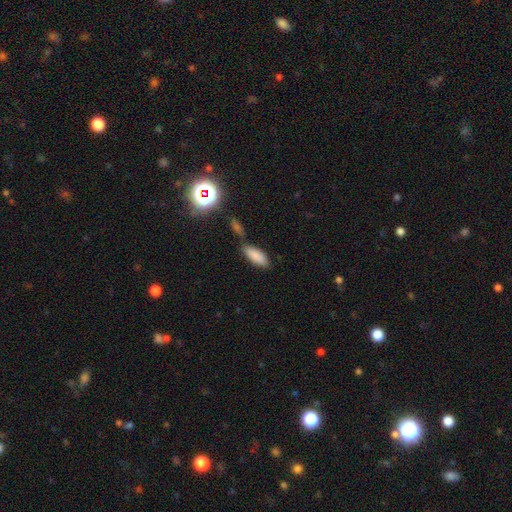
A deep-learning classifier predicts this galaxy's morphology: Q: Smooth or featured?
A: smooth (85%); runner-up: star or artifact (9%)
Q: How rounded?
A: in between (77%); runner-up: cigar-shaped (21%)
Q: Merging?
A: none (60%); runner-up: merger (19%)